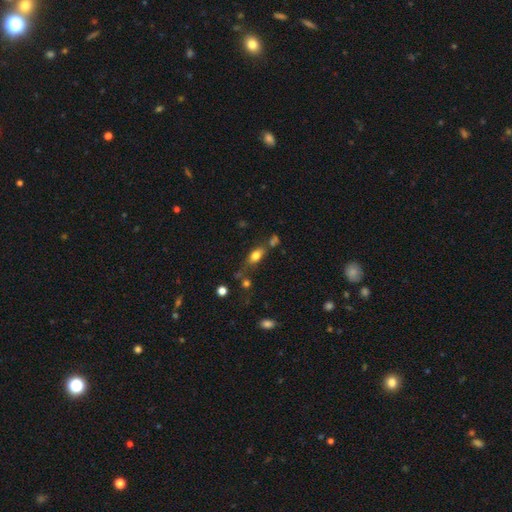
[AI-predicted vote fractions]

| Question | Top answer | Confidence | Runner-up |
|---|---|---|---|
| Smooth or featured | smooth | 73% | featured or disk (16%) |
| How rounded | in between | 77% | cigar-shaped (12%) |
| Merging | none | 53% | minor disturbance (19%) |